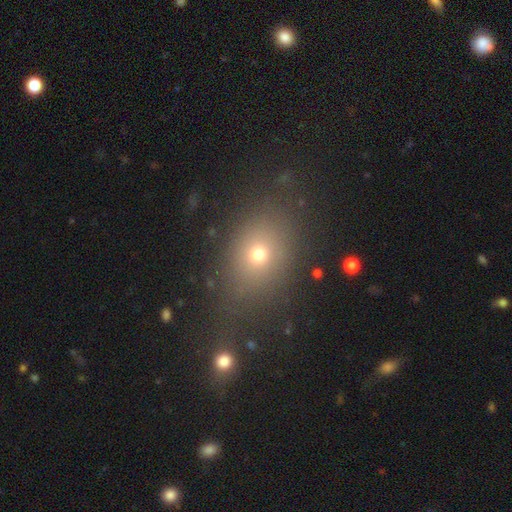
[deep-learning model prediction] The model was most divided on "how rounded": in between: 56%, round: 42%, cigar-shaped: 2%. More confident: merging — none (77%); smooth or featured — smooth (64%).